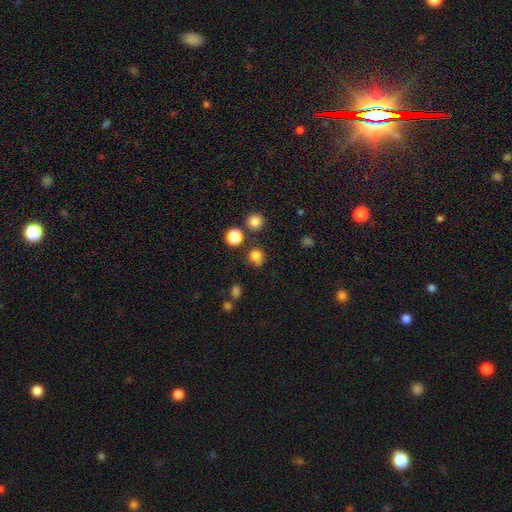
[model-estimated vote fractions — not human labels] Smooth or featured? smooth (77%)
How rounded? round (88%)
Merging? none (73%)